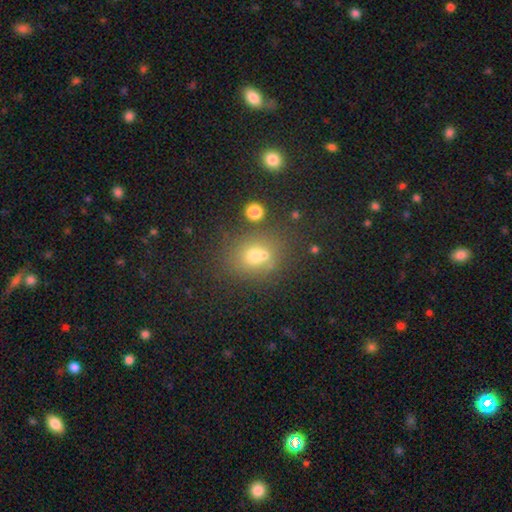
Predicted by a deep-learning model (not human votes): smooth 66%, star or artifact 18%, featured or disk 16%. Down the decision tree: how rounded — round (67%); merging — none (52%).